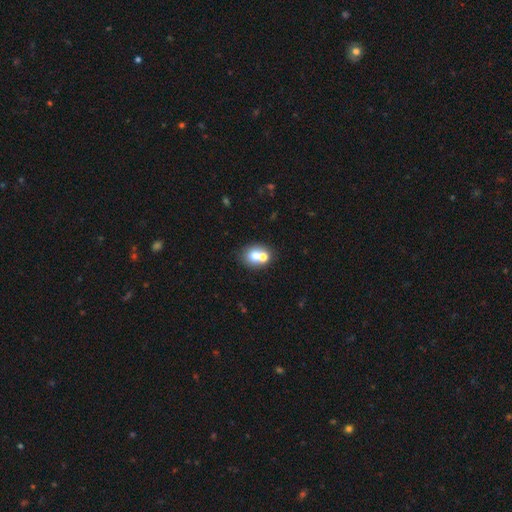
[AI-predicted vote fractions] smooth-or-featured: smooth: 69% | featured or disk: 20% | star or artifact: 11%
  how-rounded: round: 61% | in between: 38% | cigar-shaped: 1%
  merging: merger: 47% | none: 42% | minor disturbance: 8% | major disturbance: 3%